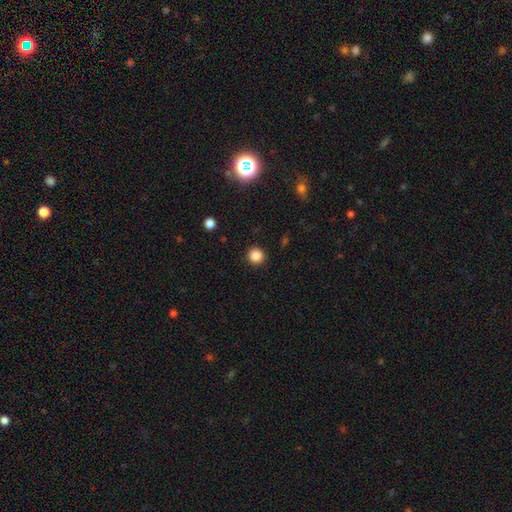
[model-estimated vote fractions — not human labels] Smooth or featured?
  - smooth: 86% *
  - star or artifact: 11%
  - featured or disk: 3%
How rounded?
  - round: 93% *
  - in between: 6%
  - cigar-shaped: 1%
Merging?
  - none: 91% *
  - minor disturbance: 6%
  - major disturbance: 2%
  - merger: 1%